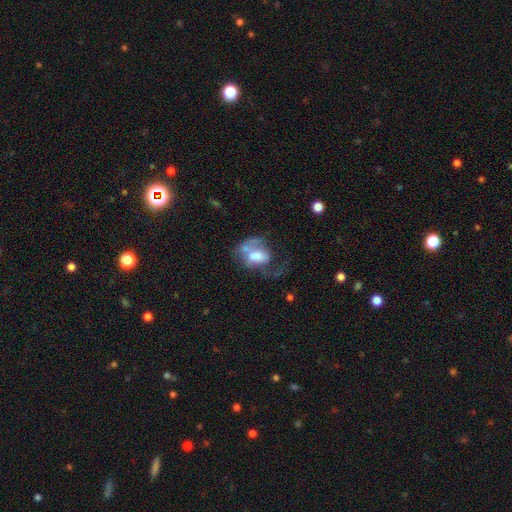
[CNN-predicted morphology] A featured or disk galaxy (48%). Merging: major disturbance (45%).